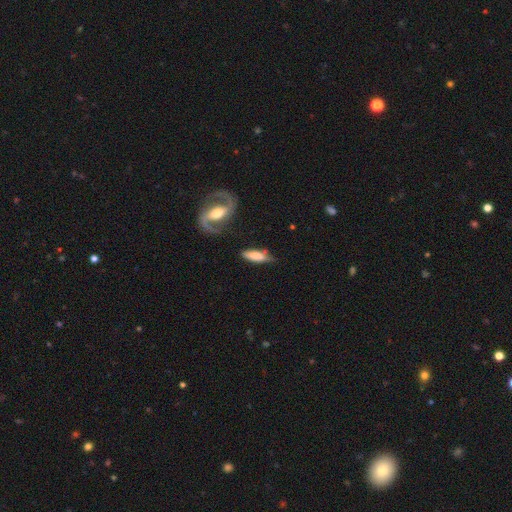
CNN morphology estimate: type=smooth (62%); roundness=in between (50%); merging=none (61%).